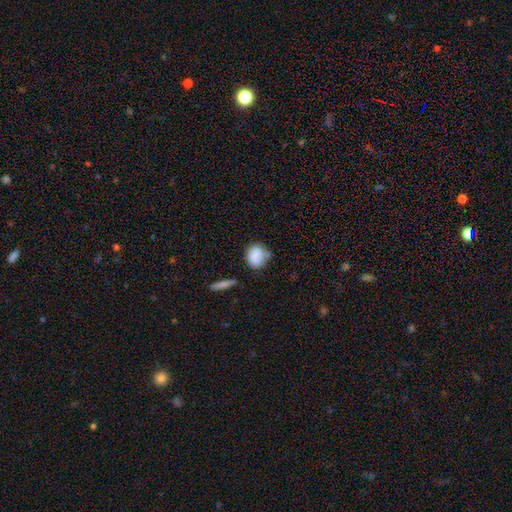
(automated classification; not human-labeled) smooth 83%, featured or disk 9%, star or artifact 8%. Down the decision tree: how rounded — round (63%); merging — none (62%).